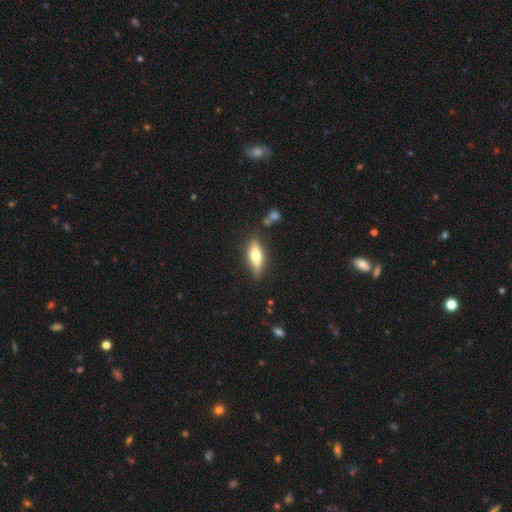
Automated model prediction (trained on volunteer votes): A featured or disk galaxy (54%) viewed edge-on (90%).

Vote fractions:
- Smooth or featured? featured or disk: 54% / smooth: 40% / star or artifact: 6%
- Edge-on disk? yes: 90% / no: 10%
- Merging? none: 80% / minor disturbance: 13% / major disturbance: 3% / merger: 3%